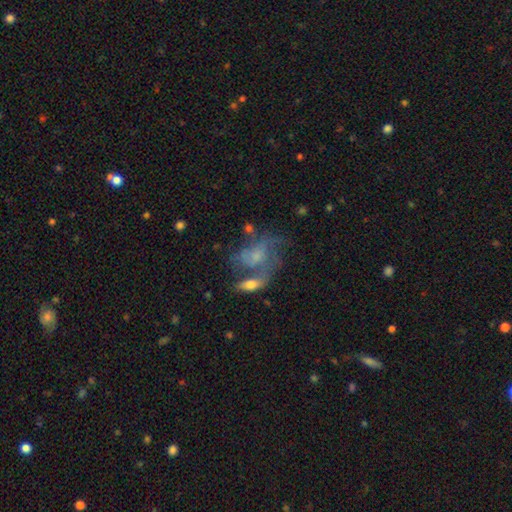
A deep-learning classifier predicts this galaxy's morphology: Overall: featured or disk (61%; smooth 28%). Edge-on disk: no (96%). Bar: no (72%). Spiral arms: yes (74%). Bulge size: small (49%; moderate 27%). Merging: none (34%; merger 29%).